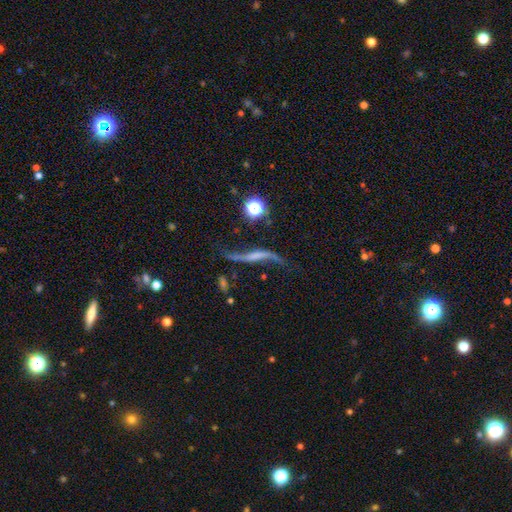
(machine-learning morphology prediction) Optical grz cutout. It shows a featured or disk galaxy (77%) with no bar (40%), spiral arms (89%) and no central bulge (52%). Merging: none (59%).